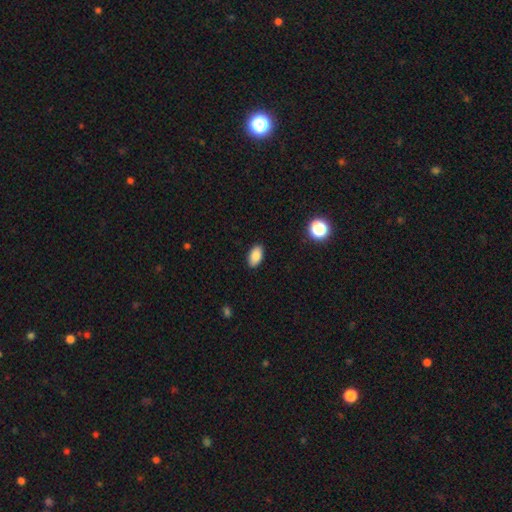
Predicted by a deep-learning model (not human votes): The model was most divided on "smooth or featured": smooth: 86%, star or artifact: 8%, featured or disk: 6%. More confident: how rounded — in between (93%); merging — none (89%).